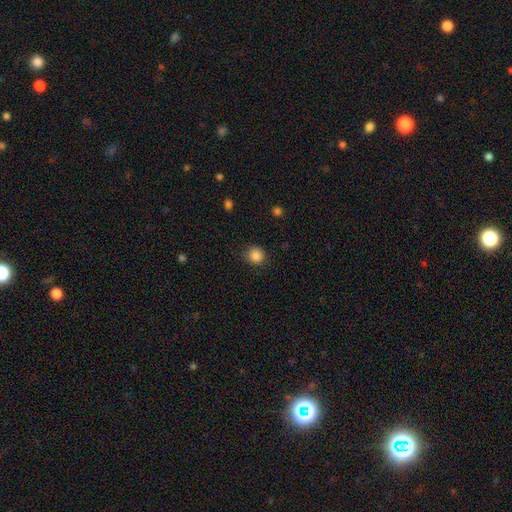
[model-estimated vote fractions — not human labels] Smooth or featured: smooth — 86% (star or artifact — 10%)
How rounded: round — 89% (in between — 10%)
Merging: none — 85% (minor disturbance — 10%)